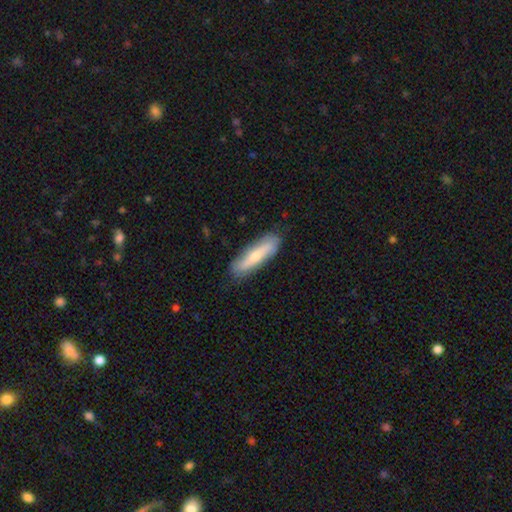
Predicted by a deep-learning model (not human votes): Smooth or featured: smooth — 59% (featured or disk — 35%)
How rounded: cigar-shaped — 68% (in between — 30%)
Merging: none — 81% (minor disturbance — 15%)